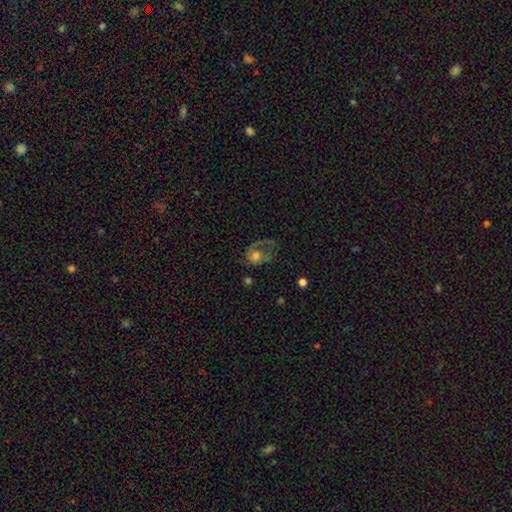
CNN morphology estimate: The model was most divided on "merging": major disturbance: 45%, none: 34%, minor disturbance: 18%, merger: 4%. Remaining: edge-on disk — no (97%); bar — no (78%); spiral arms — yes (71%); smooth or featured — featured or disk (53%); bulge size — moderate (46%).